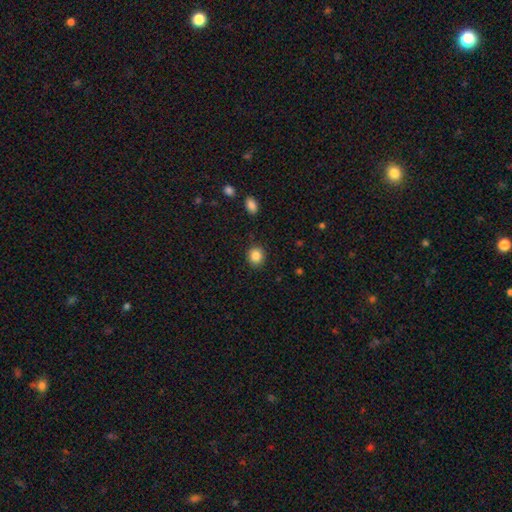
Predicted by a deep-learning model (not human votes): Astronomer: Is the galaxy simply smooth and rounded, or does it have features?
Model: smooth — 86%.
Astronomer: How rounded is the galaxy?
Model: round — 79%.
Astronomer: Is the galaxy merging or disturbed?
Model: none — 89%.